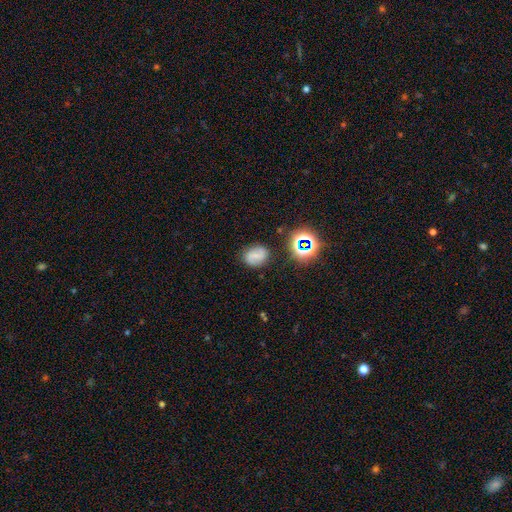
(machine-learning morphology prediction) Overall: smooth (49%; featured or disk 33%). Merging: none (78%).